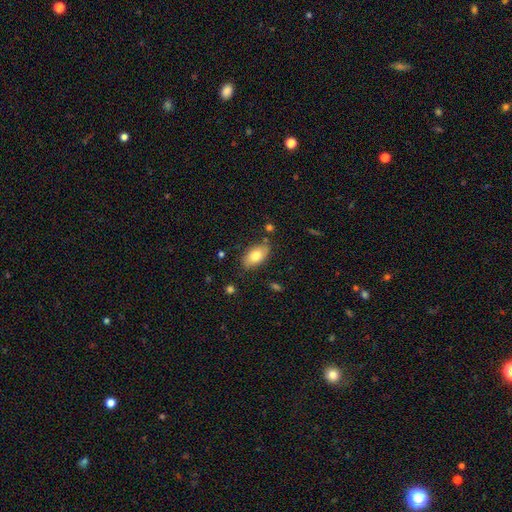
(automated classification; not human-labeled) A smooth galaxy with no disk features (77%) that is in between round and cigar-shaped (92%).

Vote fractions:
- Smooth or featured? smooth: 77% / featured or disk: 16% / star or artifact: 7%
- How rounded? in between: 92% / round: 5% / cigar-shaped: 3%
- Merging? none: 80% / minor disturbance: 14% / merger: 3% / major disturbance: 3%